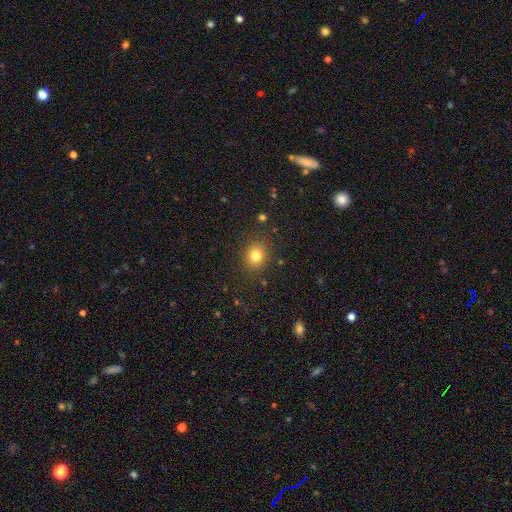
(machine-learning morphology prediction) smooth-or-featured: smooth: 80% | star or artifact: 14% | featured or disk: 7%
  how-rounded: round: 73% | in between: 26% | cigar-shaped: 1%
  merging: none: 87% | minor disturbance: 9% | major disturbance: 3% | merger: 2%